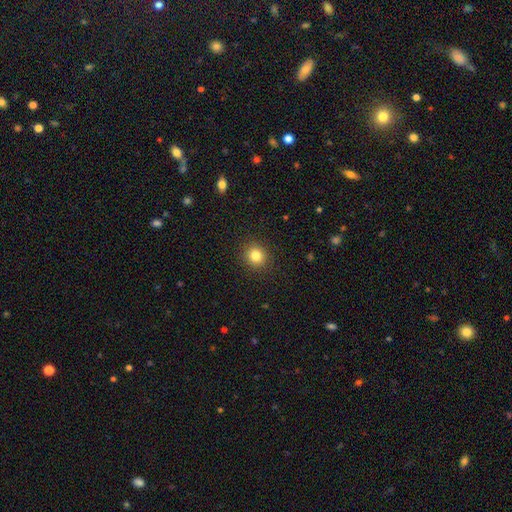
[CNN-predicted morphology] smooth 83%, star or artifact 11%, featured or disk 6%. Down the decision tree: how rounded — round (88%); merging — none (91%).